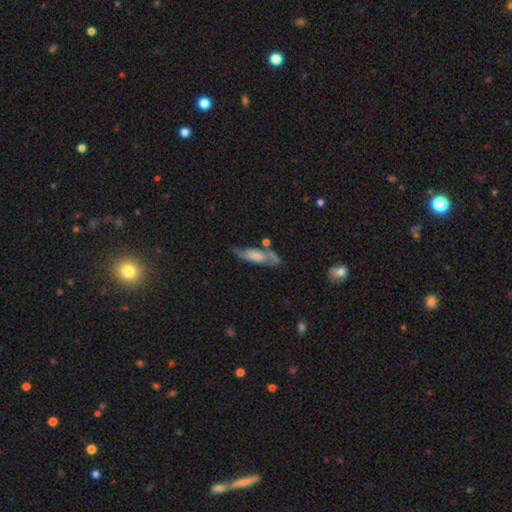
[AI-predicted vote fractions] Q: Smooth or featured?
A: smooth (50%); runner-up: featured or disk (43%)
Q: Merging?
A: none (48%); runner-up: minor disturbance (24%)